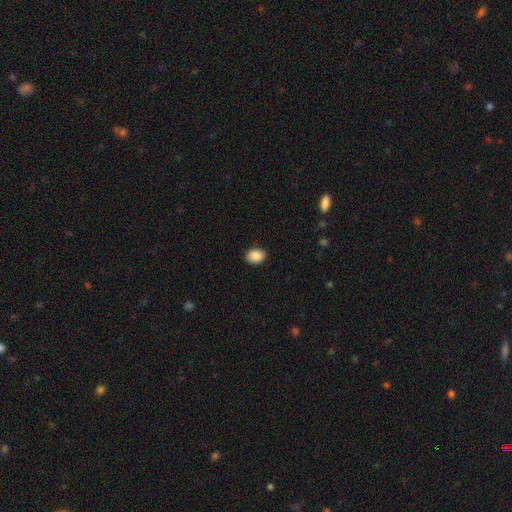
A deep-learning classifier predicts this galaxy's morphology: A smooth galaxy with no disk features (89%) that is in between round and cigar-shaped (67%). Merging: none (89%).